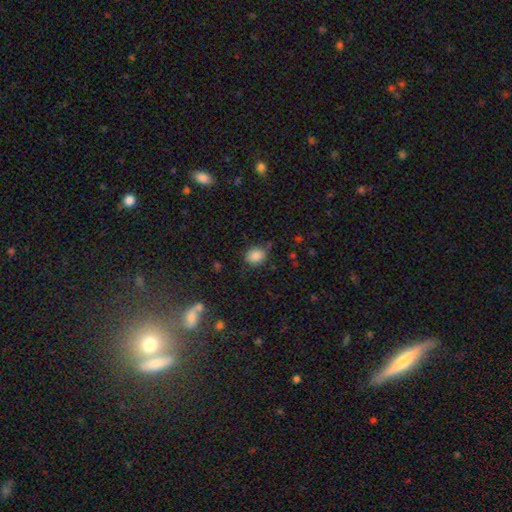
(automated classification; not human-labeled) This is clearly a smooth galaxy (86%). How rounded: likely round (60%). Merging: likely none (79%).